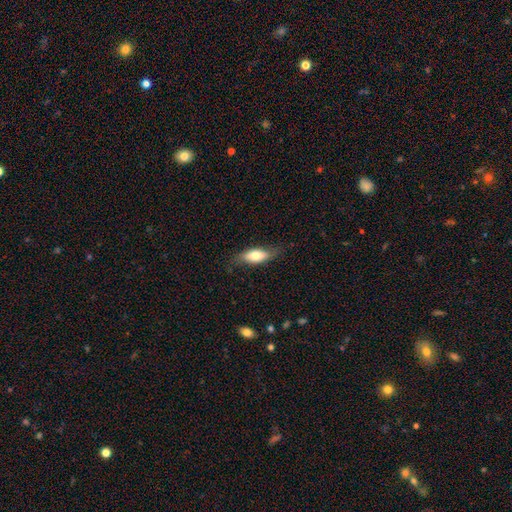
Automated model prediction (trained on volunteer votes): This is likely a smooth galaxy (65%). How rounded: likely in between (74%). Merging: likely none (71%).